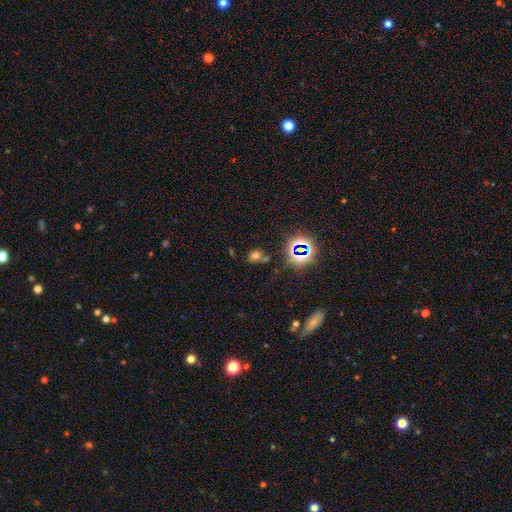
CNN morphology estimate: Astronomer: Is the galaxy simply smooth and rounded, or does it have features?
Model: smooth — 51% (runner-up: star or artifact, 40%).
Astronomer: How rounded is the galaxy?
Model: round — 50% (runner-up: in between, 48%).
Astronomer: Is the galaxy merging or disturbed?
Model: none — 63%.